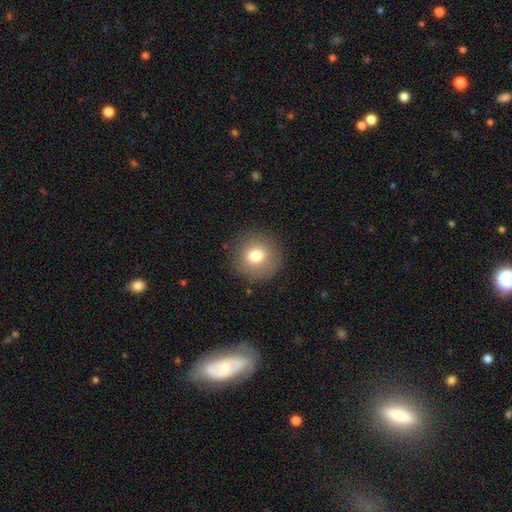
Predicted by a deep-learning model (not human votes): Morphology: type=smooth (77%); roundness=round (93%); merging=none (88%).